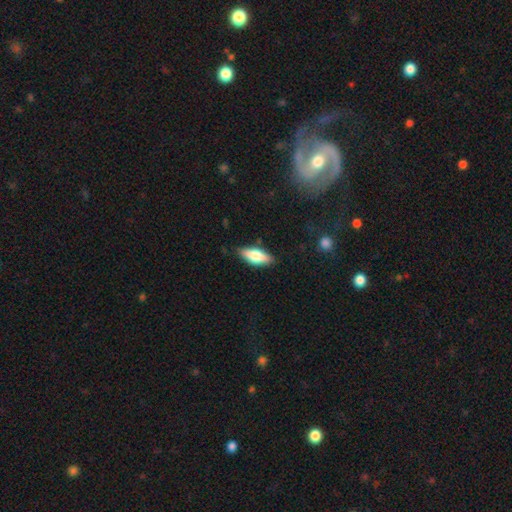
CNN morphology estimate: Smooth or featured? smooth (66%)
How rounded? in between (76%)
Merging? none (83%)